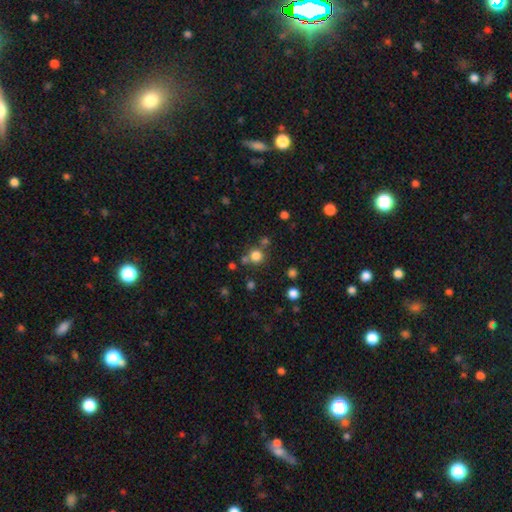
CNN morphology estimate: Smooth or featured?
  - smooth: 78% *
  - star or artifact: 16%
  - featured or disk: 6%
How rounded?
  - round: 93% *
  - in between: 6%
  - cigar-shaped: 1%
Merging?
  - none: 73% *
  - merger: 15%
  - minor disturbance: 8%
  - major disturbance: 4%